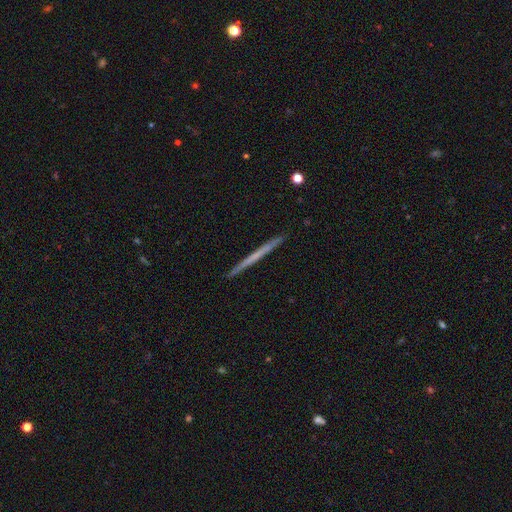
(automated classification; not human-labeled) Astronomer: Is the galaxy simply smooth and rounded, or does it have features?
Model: featured or disk — 55% (runner-up: smooth, 40%).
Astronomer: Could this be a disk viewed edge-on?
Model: yes — 98%.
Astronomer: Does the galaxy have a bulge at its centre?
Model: none — 91%.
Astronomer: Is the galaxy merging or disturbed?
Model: none — 92%.